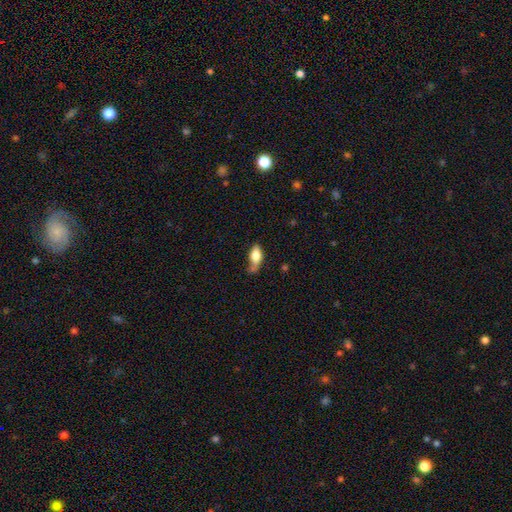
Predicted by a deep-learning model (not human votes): Morphology: type=smooth (74%); roundness=in between (83%); merging=none (42%).